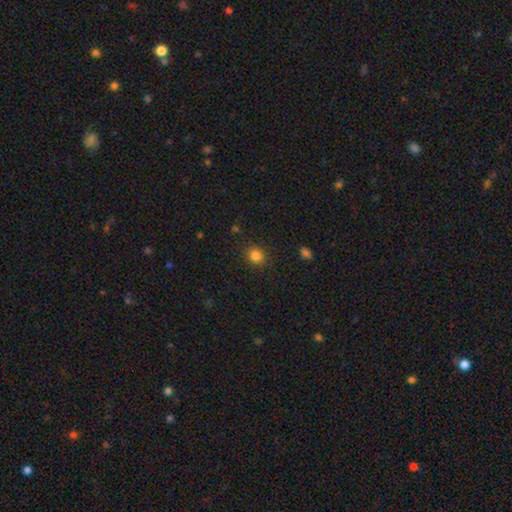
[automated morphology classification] This is clearly a smooth galaxy (83%). How rounded: likely round (80%). Merging: clearly none (87%).